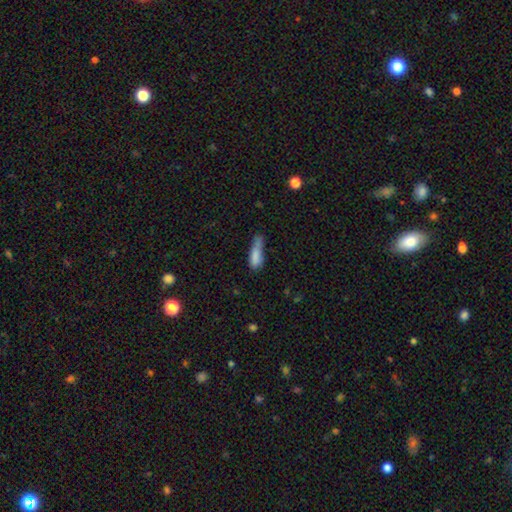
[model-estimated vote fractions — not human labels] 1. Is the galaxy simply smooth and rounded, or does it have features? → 80% smooth, 11% featured or disk, 9% star or artifact.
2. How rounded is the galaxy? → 50% cigar-shaped, 48% in between, 2% round.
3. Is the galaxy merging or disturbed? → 36% minor disturbance, 35% none, 18% major disturbance, 12% merger.